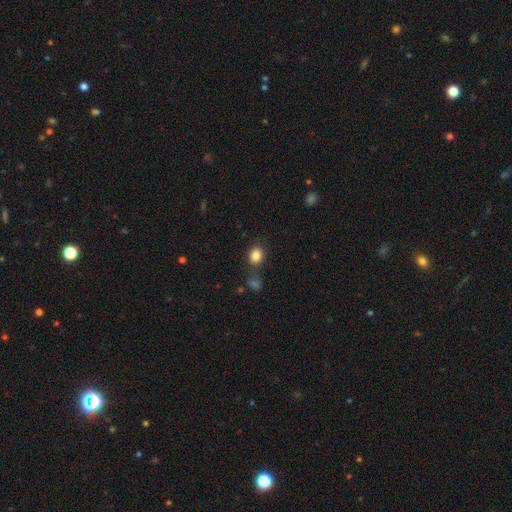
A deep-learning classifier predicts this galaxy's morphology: Q: Smooth or featured?
A: smooth (84%); runner-up: star or artifact (10%)
Q: How rounded?
A: in between (52%); runner-up: round (47%)
Q: Merging?
A: none (70%); runner-up: minor disturbance (14%)